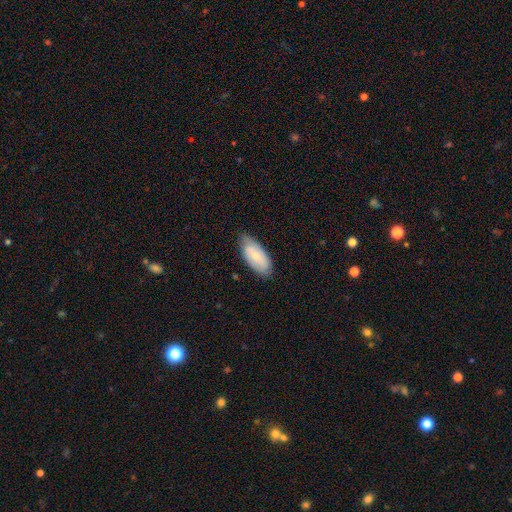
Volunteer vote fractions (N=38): Overall: smooth (66%; featured or disk 34%). How rounded: in between (96%). Merging: none (76%).